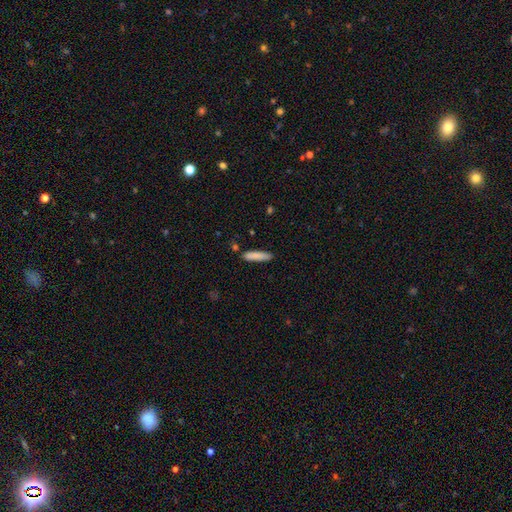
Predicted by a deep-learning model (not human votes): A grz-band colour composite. It shows a smooth galaxy with no disk features (85%) that is cigar-shaped (82%). Merging: none (83%).